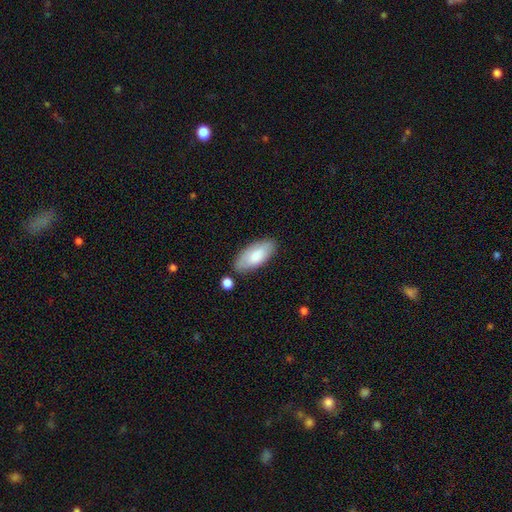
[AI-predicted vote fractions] smooth-or-featured: smooth: 80% | featured or disk: 14% | star or artifact: 6%
  how-rounded: in between: 88% | cigar-shaped: 11% | round: 2%
  merging: none: 75% | minor disturbance: 16% | merger: 5% | major disturbance: 4%